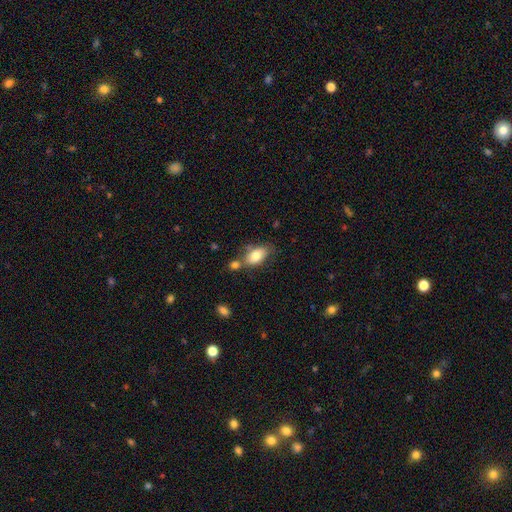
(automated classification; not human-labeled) A smooth galaxy with no disk features (79%) that is in between round and cigar-shaped (89%). Merging: none (52%).